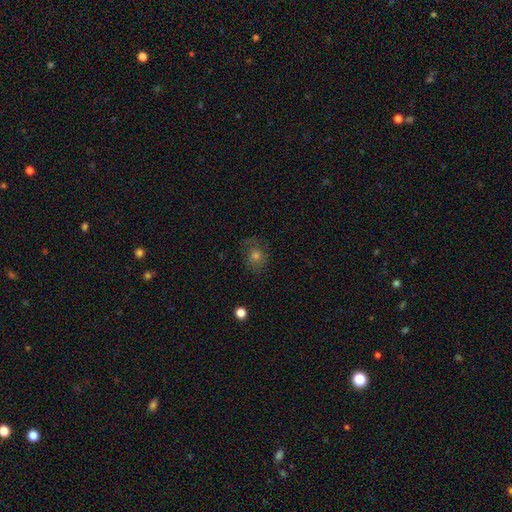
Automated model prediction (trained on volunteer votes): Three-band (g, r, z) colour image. It shows a smooth galaxy with no disk features (53%) that is round (68%). Merging: none (69%).